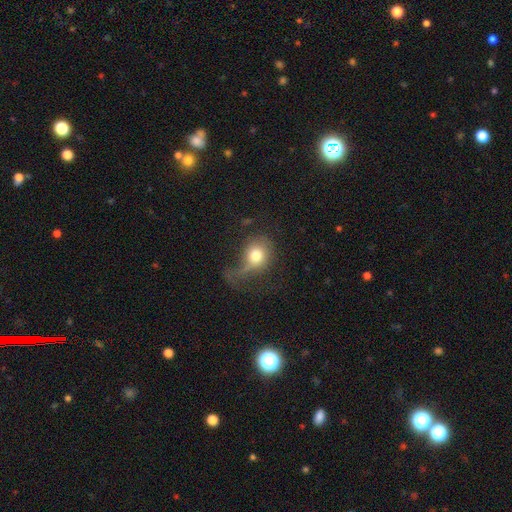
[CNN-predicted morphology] Q: Smooth or featured?
A: smooth (70%); runner-up: featured or disk (21%)
Q: How rounded?
A: round (70%); runner-up: in between (29%)
Q: Merging?
A: major disturbance (43%); runner-up: none (30%)